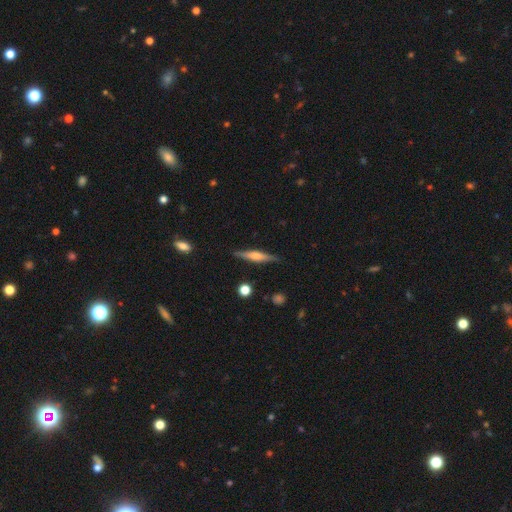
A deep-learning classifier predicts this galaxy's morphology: This is possibly a featured or disk galaxy (58%). It is clearly viewed edge-on (96%). Edge-on bulge: likely rounded (70%). Merging: clearly none (88%).